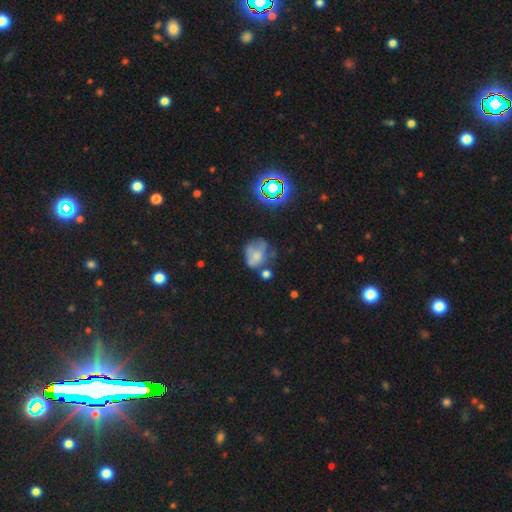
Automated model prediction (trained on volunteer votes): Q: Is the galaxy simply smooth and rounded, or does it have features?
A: smooth — 51%.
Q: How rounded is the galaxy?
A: round — 55%.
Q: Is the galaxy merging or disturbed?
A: none — 35%.